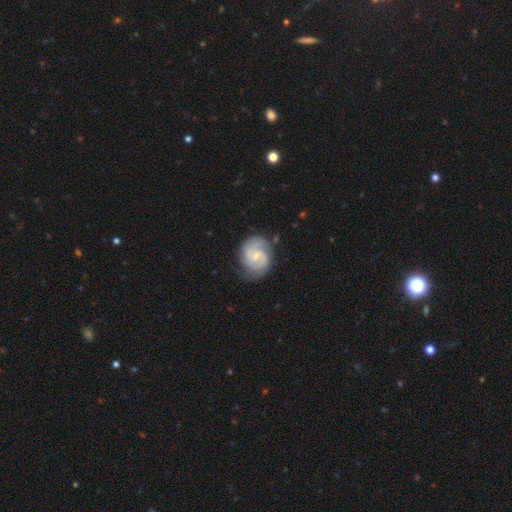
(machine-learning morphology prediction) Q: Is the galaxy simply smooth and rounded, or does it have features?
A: featured or disk — 83%.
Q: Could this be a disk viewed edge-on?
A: no — 98%.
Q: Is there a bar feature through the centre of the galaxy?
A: weak — 53%.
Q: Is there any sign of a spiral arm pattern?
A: yes — 96%.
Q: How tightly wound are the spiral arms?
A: tight — 50%.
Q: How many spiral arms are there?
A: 2 — 74%.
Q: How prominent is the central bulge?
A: small — 63%.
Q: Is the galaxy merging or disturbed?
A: none — 71%.